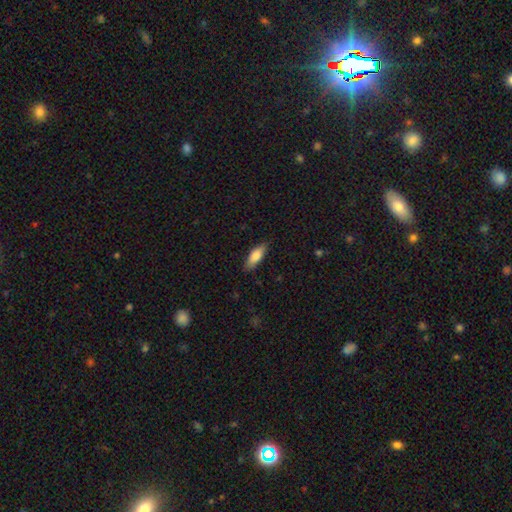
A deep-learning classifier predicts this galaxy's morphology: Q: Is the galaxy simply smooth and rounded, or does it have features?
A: smooth — 80%.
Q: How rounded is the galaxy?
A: in between — 66%.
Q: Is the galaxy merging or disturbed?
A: none — 84%.